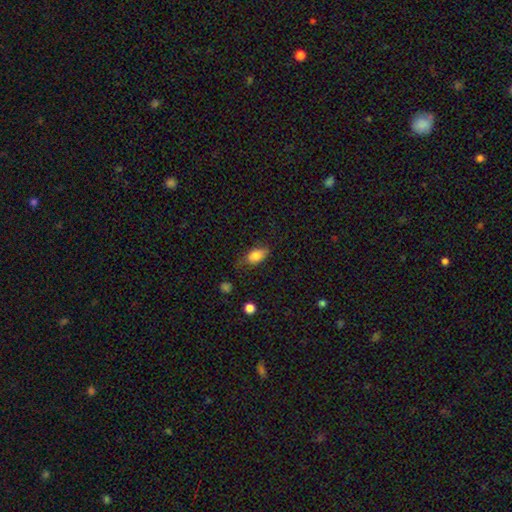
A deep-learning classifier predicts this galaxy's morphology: A smooth galaxy with no disk features (81%) that is in between round and cigar-shaped (87%). Merging: none (62%).